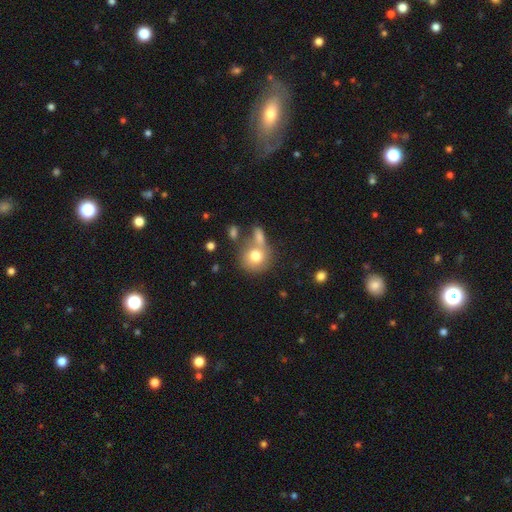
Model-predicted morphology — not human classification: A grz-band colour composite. It shows a smooth galaxy with no disk features (75%) that is round (84%). Merging: none (51%).